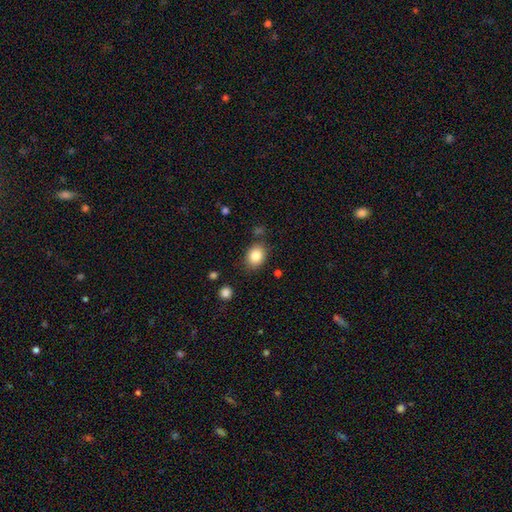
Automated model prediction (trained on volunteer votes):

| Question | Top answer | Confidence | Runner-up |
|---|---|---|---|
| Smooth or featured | smooth | 84% | star or artifact (9%) |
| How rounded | in between | 58% | round (41%) |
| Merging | none | 80% | minor disturbance (13%) |